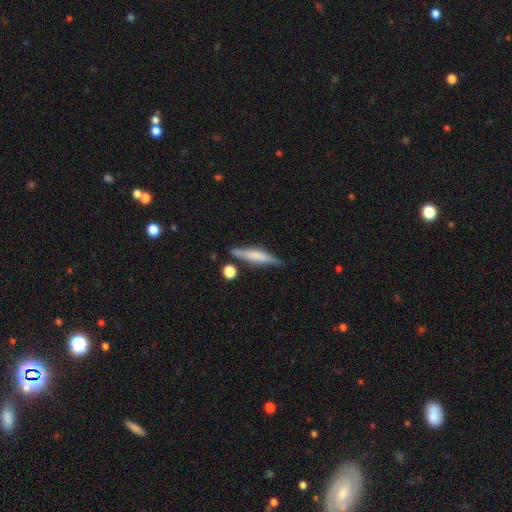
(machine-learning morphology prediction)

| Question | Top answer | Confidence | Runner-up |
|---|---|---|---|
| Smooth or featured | smooth | 53% | featured or disk (40%) |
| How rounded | cigar-shaped | 83% | in between (14%) |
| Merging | none | 77% | minor disturbance (14%) |